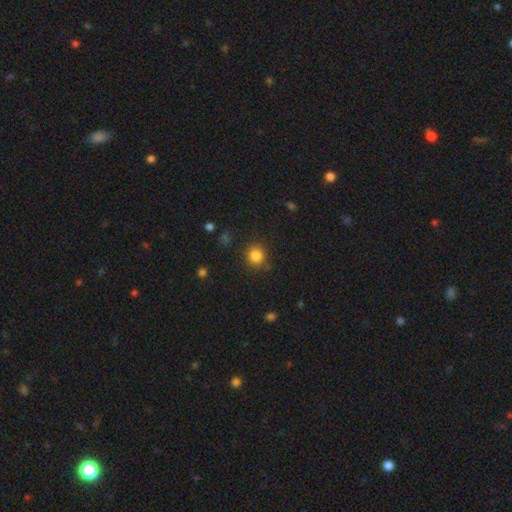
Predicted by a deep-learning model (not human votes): Smooth or featured? Predicted: smooth (p=0.84). How rounded? Predicted: round (p=0.89). Merging? Predicted: none (p=0.84).